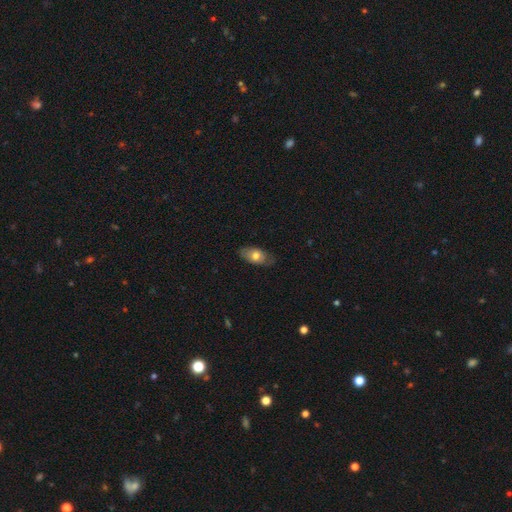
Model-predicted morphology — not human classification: A smooth galaxy with no disk features (67%) that is in between round and cigar-shaped (90%).

Vote fractions:
- Smooth or featured? smooth: 67% / featured or disk: 27% / star or artifact: 7%
- How rounded? in between: 90% / round: 6% / cigar-shaped: 4%
- Merging? none: 74% / minor disturbance: 21% / major disturbance: 4% / merger: 1%